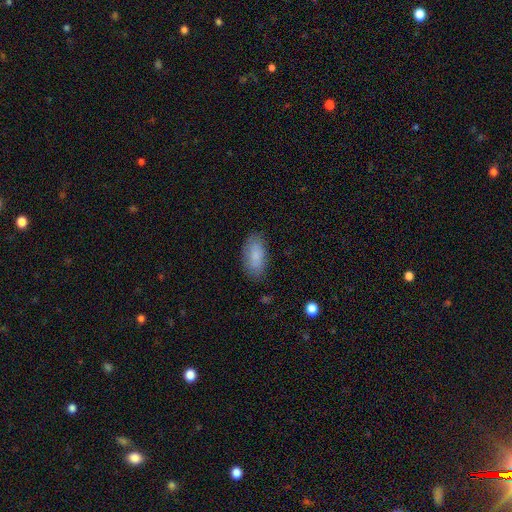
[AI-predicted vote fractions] Q: Smooth or featured?
A: smooth (83%); runner-up: featured or disk (10%)
Q: How rounded?
A: in between (92%); runner-up: cigar-shaped (6%)
Q: Merging?
A: none (79%); runner-up: minor disturbance (16%)